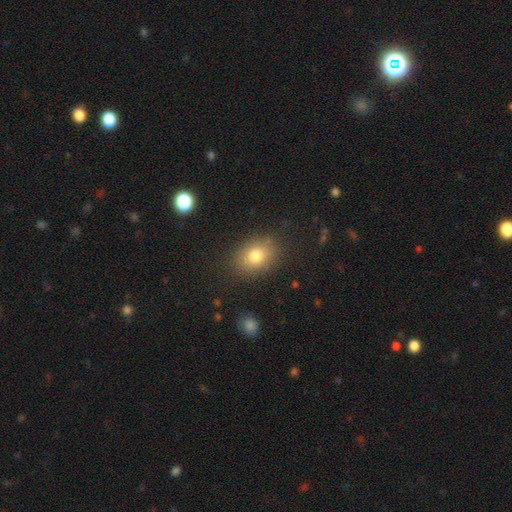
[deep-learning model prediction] Q: Smooth or featured?
A: smooth (78%); runner-up: featured or disk (11%)
Q: How rounded?
A: in between (68%); runner-up: round (31%)
Q: Merging?
A: none (83%); runner-up: minor disturbance (12%)